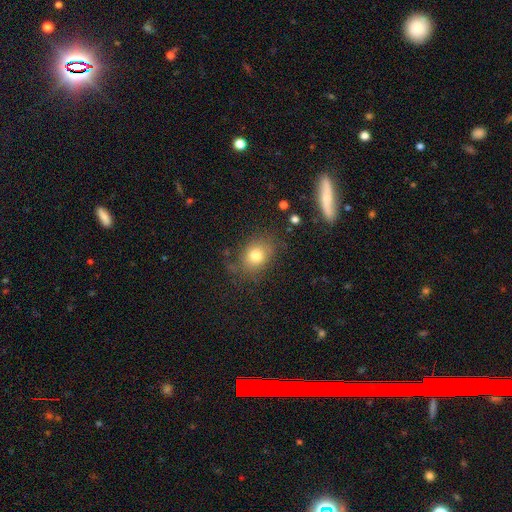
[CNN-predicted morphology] smooth 77%, star or artifact 12%, featured or disk 11%. Down the decision tree: how rounded — round (52%); merging — none (71%).